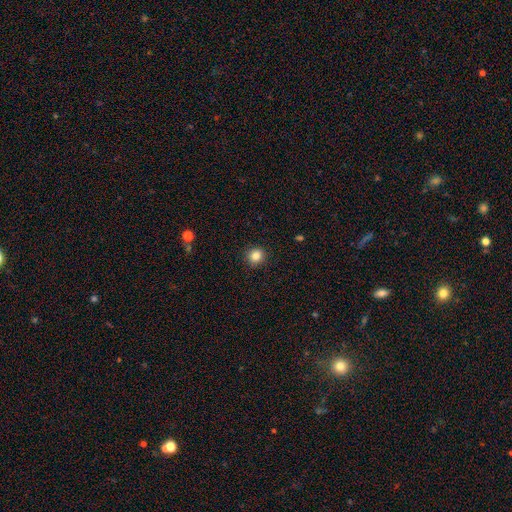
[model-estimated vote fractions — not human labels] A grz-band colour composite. It shows a smooth galaxy with no disk features (84%) that is round (92%). Merging: none (92%).